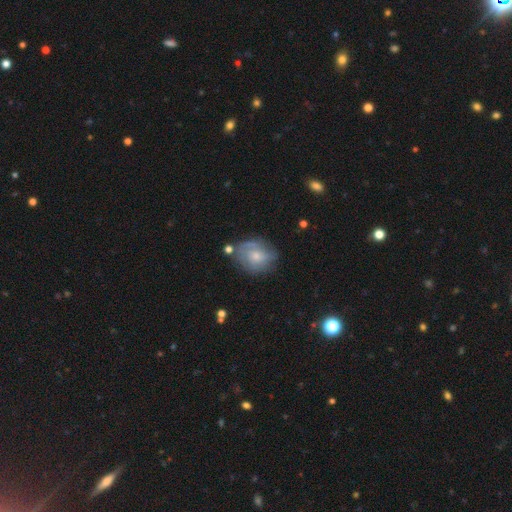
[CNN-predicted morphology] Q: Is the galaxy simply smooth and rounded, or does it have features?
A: featured or disk — 53%.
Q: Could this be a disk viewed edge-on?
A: no — 96%.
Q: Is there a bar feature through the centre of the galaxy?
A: no — 75%.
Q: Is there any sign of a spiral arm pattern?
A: yes — 70%.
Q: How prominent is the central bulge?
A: small — 54%.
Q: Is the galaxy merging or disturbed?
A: none — 59%.